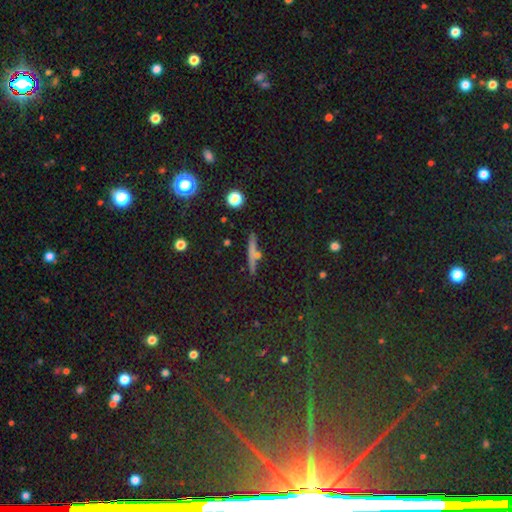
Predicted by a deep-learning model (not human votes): smooth-or-featured: smooth: 46% | featured or disk: 30% | star or artifact: 23%
  merging: none: 80% | minor disturbance: 11% | merger: 6% | major disturbance: 4%